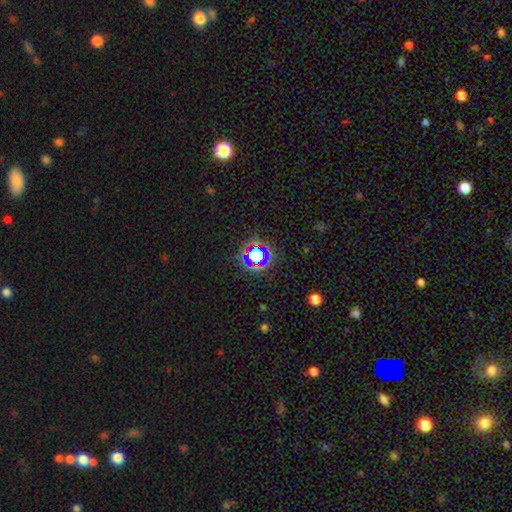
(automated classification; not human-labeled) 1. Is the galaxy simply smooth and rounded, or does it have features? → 67% star or artifact, 22% smooth, 11% featured or disk.